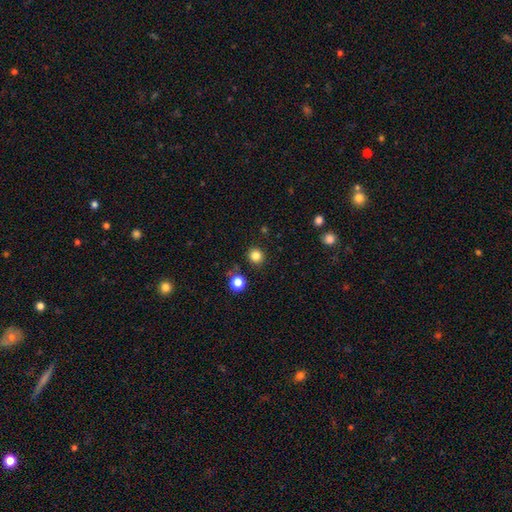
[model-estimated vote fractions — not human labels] Smooth or featured?
  - smooth: 83% *
  - star or artifact: 13%
  - featured or disk: 4%
How rounded?
  - round: 92% *
  - in between: 7%
  - cigar-shaped: 1%
Merging?
  - none: 89% *
  - minor disturbance: 6%
  - merger: 3%
  - major disturbance: 2%